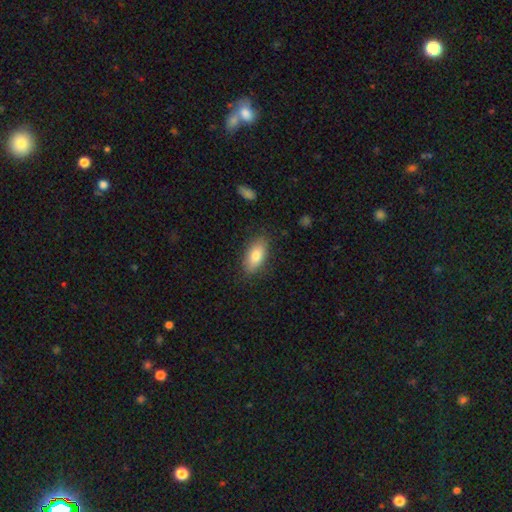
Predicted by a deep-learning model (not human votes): The model was most divided on "smooth or featured": smooth: 80%, featured or disk: 13%, star or artifact: 7%. More confident: how rounded — in between (88%); merging — none (82%).